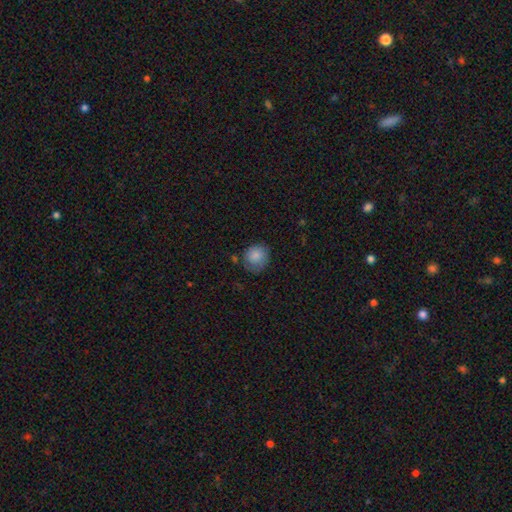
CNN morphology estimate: The model was most divided on "merging": none: 67%, minor disturbance: 24%, major disturbance: 6%, merger: 3%. More confident: smooth or featured — smooth (85%); how rounded — round (82%).